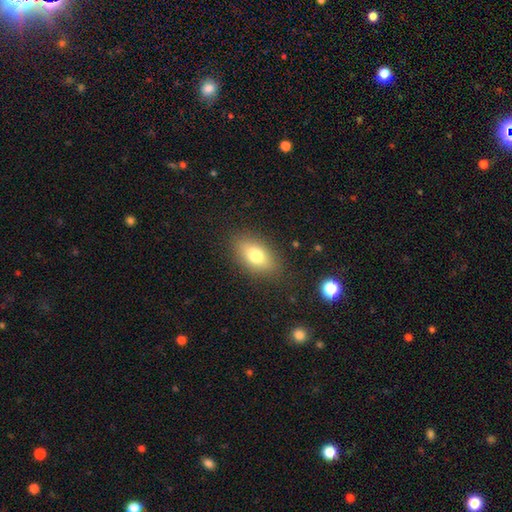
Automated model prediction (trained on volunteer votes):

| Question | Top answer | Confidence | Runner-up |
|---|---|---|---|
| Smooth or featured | smooth | 76% | featured or disk (15%) |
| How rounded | in between | 87% | round (9%) |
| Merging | none | 84% | minor disturbance (11%) |